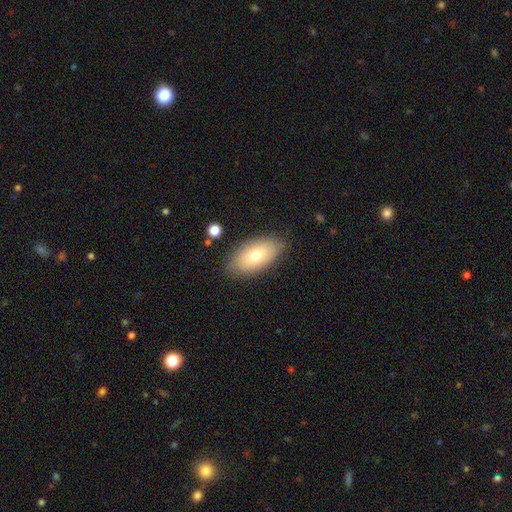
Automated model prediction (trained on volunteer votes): smooth-or-featured: smooth: 72% | featured or disk: 20% | star or artifact: 8%
  how-rounded: in between: 92% | round: 4% | cigar-shaped: 4%
  merging: none: 83% | minor disturbance: 12% | major disturbance: 3% | merger: 2%